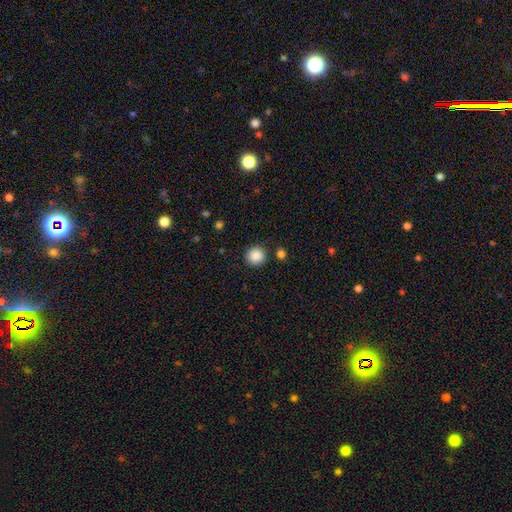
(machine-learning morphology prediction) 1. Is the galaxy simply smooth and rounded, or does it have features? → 88% smooth, 9% star or artifact, 3% featured or disk.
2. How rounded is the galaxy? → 94% round, 5% in between, 1% cigar-shaped.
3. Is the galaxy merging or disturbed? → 89% none, 6% minor disturbance, 2% merger, 2% major disturbance.